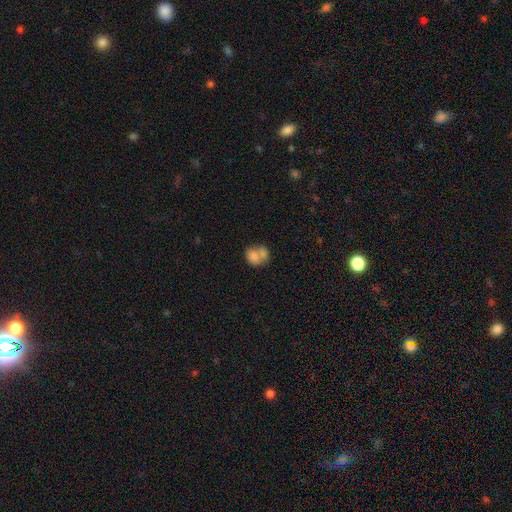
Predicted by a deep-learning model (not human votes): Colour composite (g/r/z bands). It shows a smooth galaxy with no disk features (77%) that is round (53%). Merging: merger (60%).